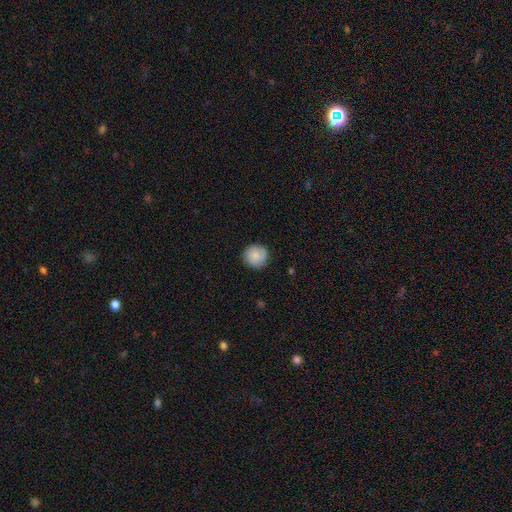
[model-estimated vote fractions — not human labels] Smooth or featured? smooth (82%)
How rounded? round (94%)
Merging? none (86%)